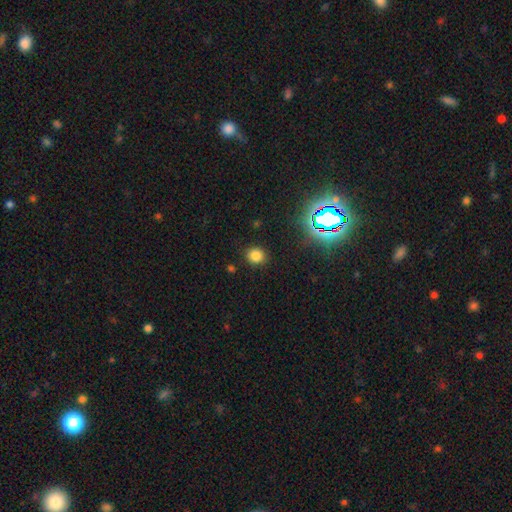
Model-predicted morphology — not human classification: smooth_or_featured: smooth (p=0.78) [alt: star or artifact p=0.17]
how_rounded: round (p=0.81) [alt: in between p=0.18]
merging: none (p=0.89) [alt: minor disturbance p=0.07]